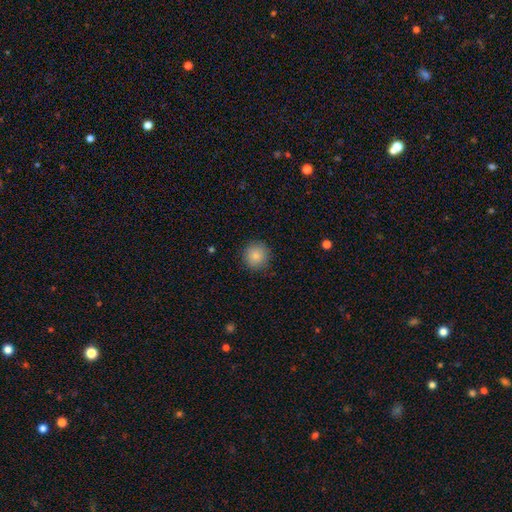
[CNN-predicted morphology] Overall: smooth (86%). How rounded: round (94%). Merging: none (89%).